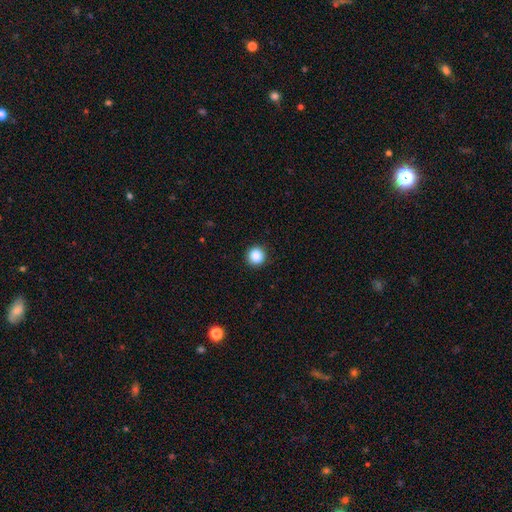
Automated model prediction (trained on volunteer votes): This appears to be a smooth galaxy with no disk features (86%) that is round (93%). Merging: none (92%).